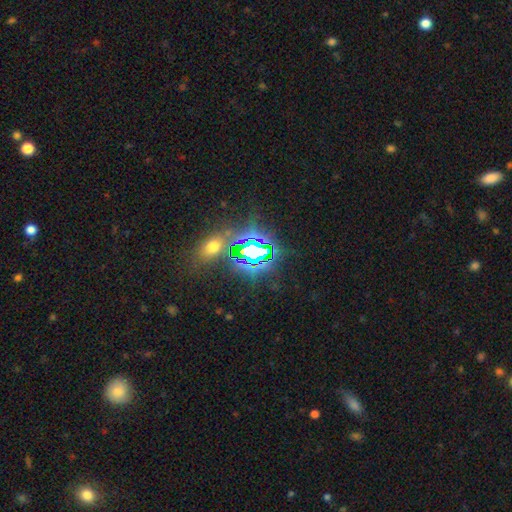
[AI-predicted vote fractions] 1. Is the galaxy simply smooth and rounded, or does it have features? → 78% star or artifact, 13% smooth, 9% featured or disk.